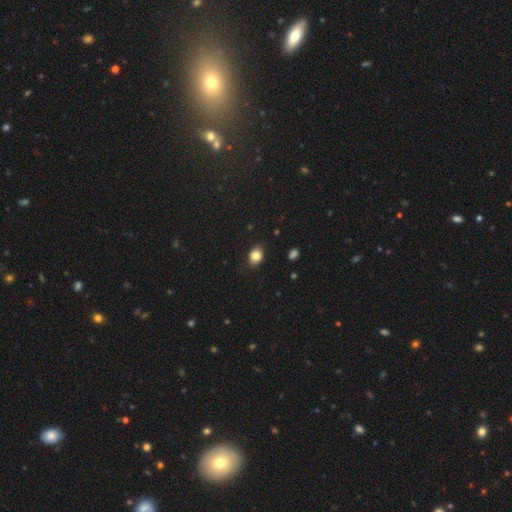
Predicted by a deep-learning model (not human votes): This appears to be a smooth galaxy with no disk features (83%) that is in between round and cigar-shaped (64%). Merging: none (82%).